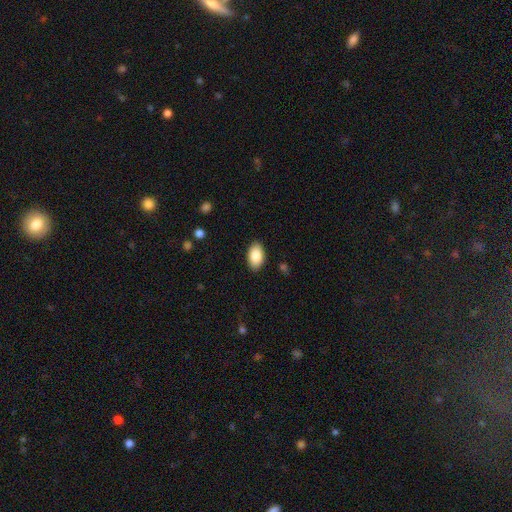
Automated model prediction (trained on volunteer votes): The model was most divided on "merging": none: 88%, minor disturbance: 9%, major disturbance: 2%, merger: 1%. More confident: how rounded — in between (94%); smooth or featured — smooth (88%).